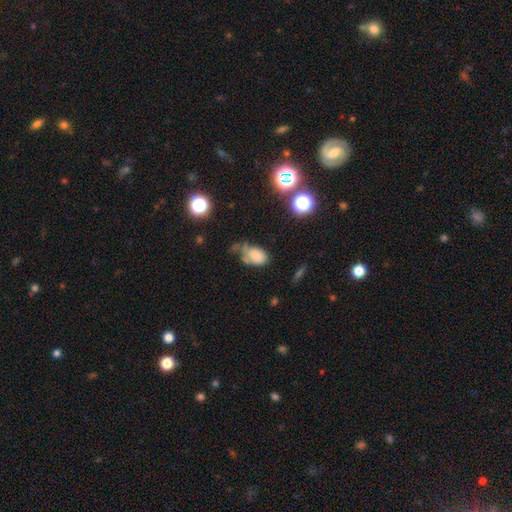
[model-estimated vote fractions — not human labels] Overall: smooth (66%). How rounded: in between (84%). Merging: minor disturbance (33%; none 28%).